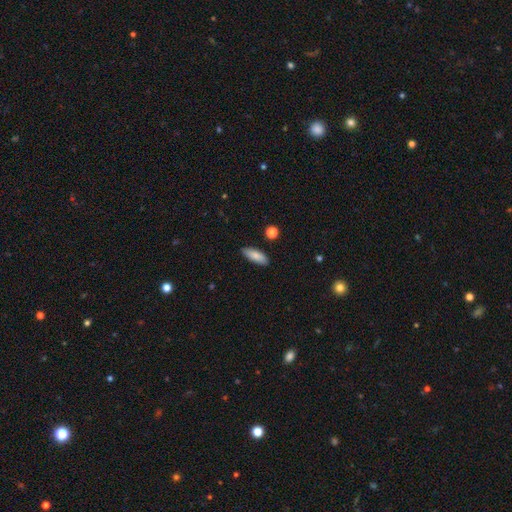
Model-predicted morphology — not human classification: Smooth or featured: smooth — 84% (featured or disk — 10%)
How rounded: in between — 67% (cigar-shaped — 31%)
Merging: none — 87% (minor disturbance — 9%)